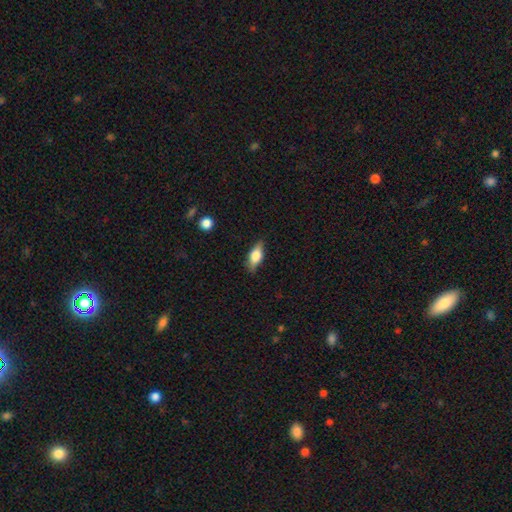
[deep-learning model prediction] Q: Smooth or featured?
A: smooth (60%); runner-up: featured or disk (33%)
Q: How rounded?
A: in between (75%); runner-up: cigar-shaped (20%)
Q: Merging?
A: none (83%); runner-up: minor disturbance (13%)